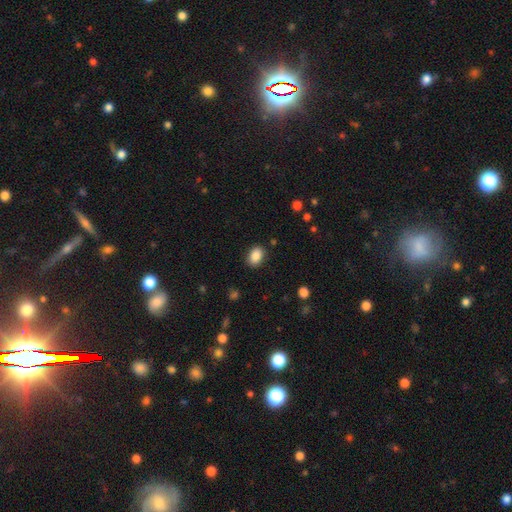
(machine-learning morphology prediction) This is clearly a smooth galaxy (88%). How rounded: clearly in between (81%). Merging: clearly none (87%).